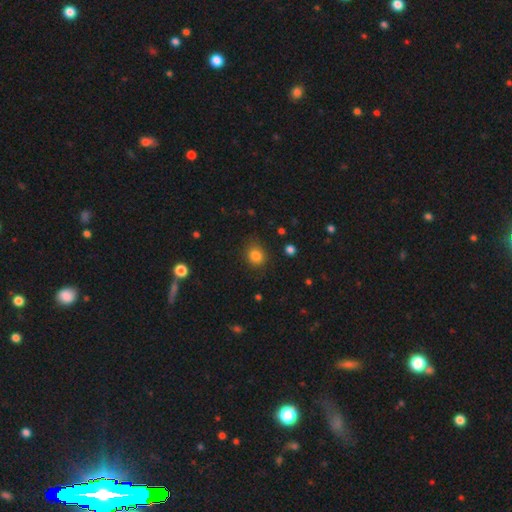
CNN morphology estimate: smooth 83%, star or artifact 12%, featured or disk 5%. Down the decision tree: how rounded — round (76%); merging — none (82%).